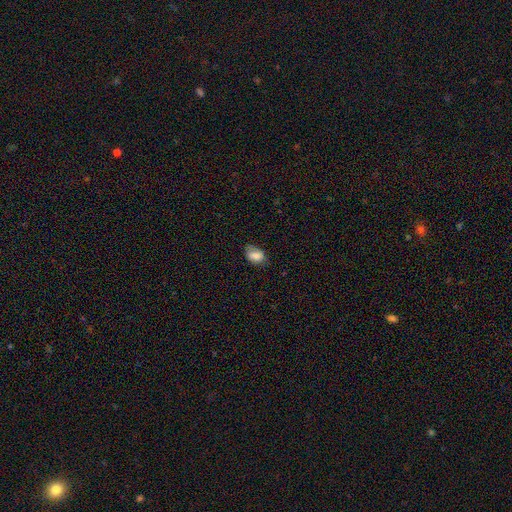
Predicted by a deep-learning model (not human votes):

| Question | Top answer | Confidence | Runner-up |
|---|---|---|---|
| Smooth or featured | smooth | 80% | featured or disk (12%) |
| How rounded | in between | 84% | round (15%) |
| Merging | none | 56% | minor disturbance (32%) |